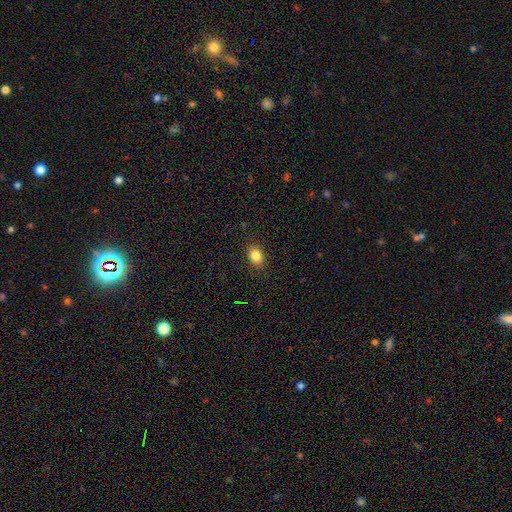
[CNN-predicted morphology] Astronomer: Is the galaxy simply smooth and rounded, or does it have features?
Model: smooth — 84%.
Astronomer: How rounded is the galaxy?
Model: in between — 68%.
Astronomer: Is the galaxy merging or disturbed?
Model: none — 88%.